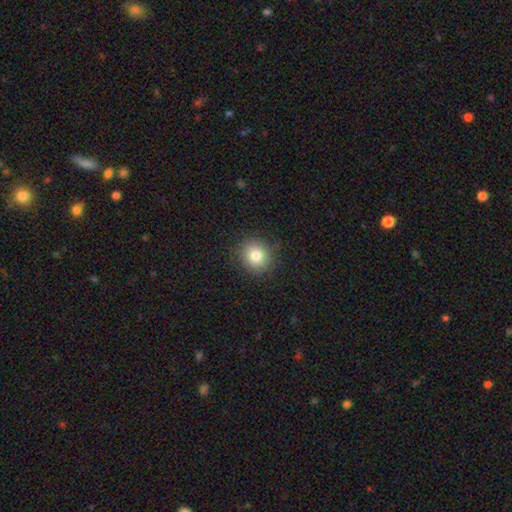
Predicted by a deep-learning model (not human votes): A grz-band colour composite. It shows a smooth galaxy with no disk features (82%) that is round (85%). Merging: none (88%).